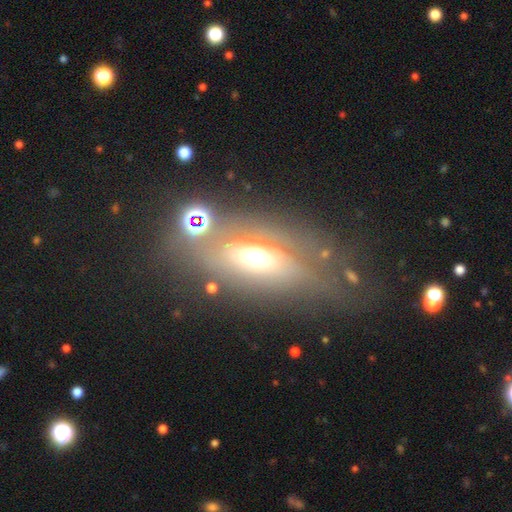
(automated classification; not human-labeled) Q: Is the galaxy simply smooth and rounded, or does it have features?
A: featured or disk — 51%.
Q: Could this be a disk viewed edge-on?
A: no — 66%.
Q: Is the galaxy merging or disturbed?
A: none — 55%.